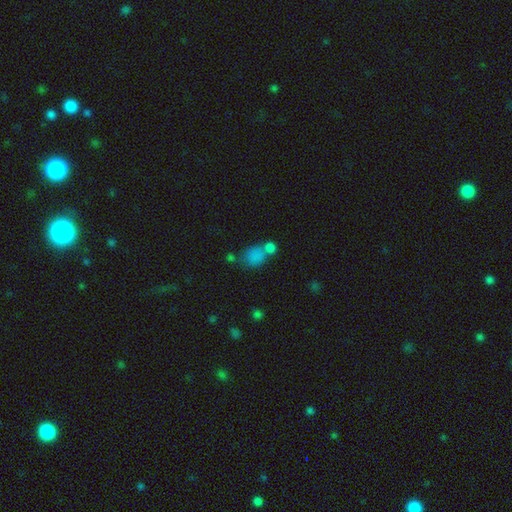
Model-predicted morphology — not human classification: smooth-or-featured: smooth: 79% | star or artifact: 13% | featured or disk: 8%
  how-rounded: in between: 58% | round: 41% | cigar-shaped: 2%
  merging: none: 40% | merger: 38% | minor disturbance: 14% | major disturbance: 8%